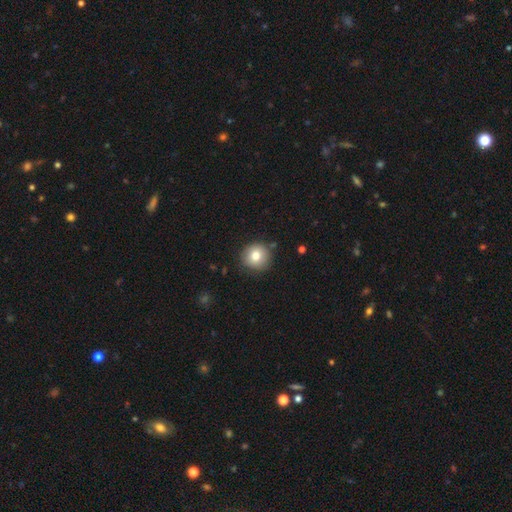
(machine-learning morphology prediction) Smooth or featured? smooth (79%)
How rounded? round (93%)
Merging? none (85%)